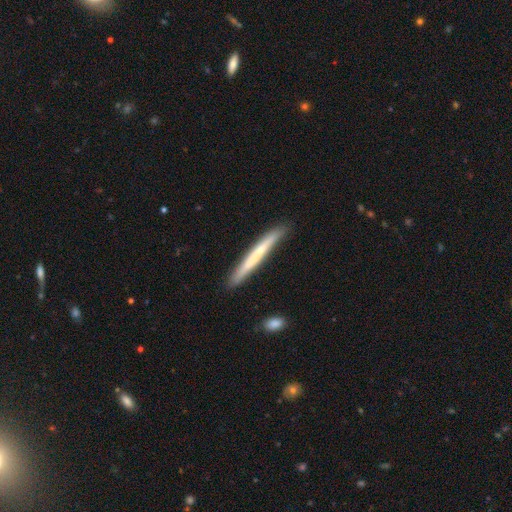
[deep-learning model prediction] smooth 54%, featured or disk 41%, star or artifact 6%. Down the decision tree: how rounded — cigar-shaped (97%); merging — none (88%).